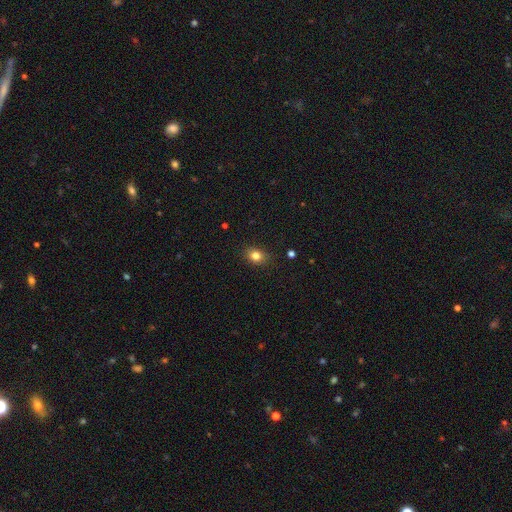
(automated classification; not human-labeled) Smooth or featured? Predicted: smooth (p=0.81). How rounded? Predicted: in between (p=0.53). Merging? Predicted: none (p=0.86).